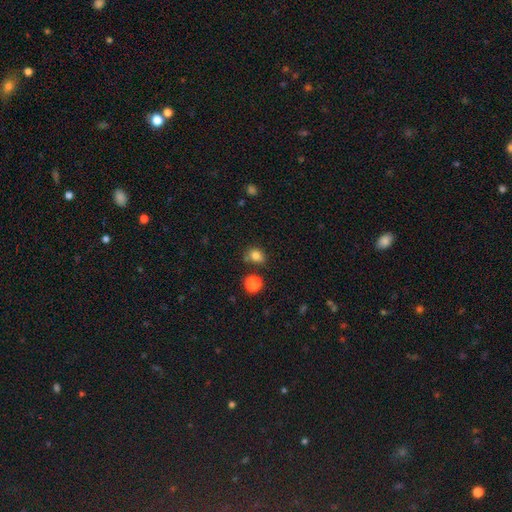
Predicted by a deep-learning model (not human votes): A smooth galaxy with no disk features (80%) that is round (55%). Merging: none (68%).